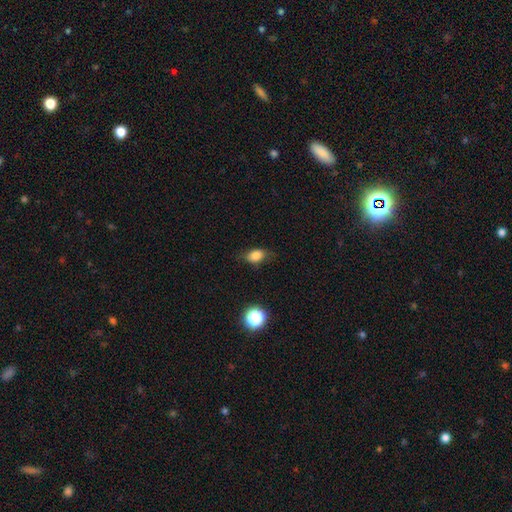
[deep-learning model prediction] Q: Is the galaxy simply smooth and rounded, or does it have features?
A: smooth — 80%.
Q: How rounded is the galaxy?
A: in between — 78%.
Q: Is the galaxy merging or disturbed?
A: none — 71%.